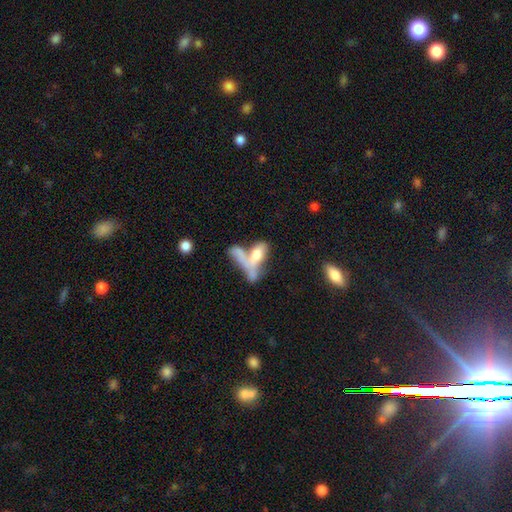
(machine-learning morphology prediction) Smooth or featured? smooth (55%)
How rounded? in between (64%)
Merging? merger (59%)